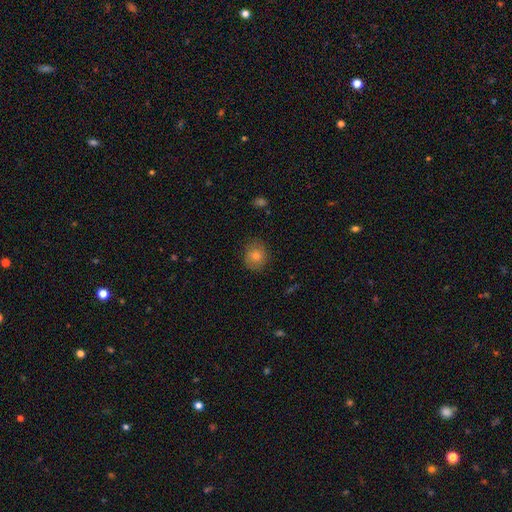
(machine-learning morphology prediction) smooth 74%, featured or disk 14%, star or artifact 12%. Down the decision tree: how rounded — round (81%); merging — none (85%).